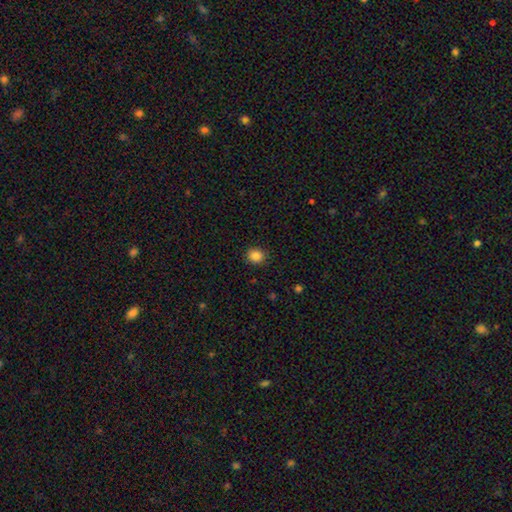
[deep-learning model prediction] Smooth or featured?
  - smooth: 86% *
  - star or artifact: 11%
  - featured or disk: 3%
How rounded?
  - round: 75% *
  - in between: 24%
  - cigar-shaped: 1%
Merging?
  - none: 88% *
  - minor disturbance: 8%
  - major disturbance: 2%
  - merger: 1%